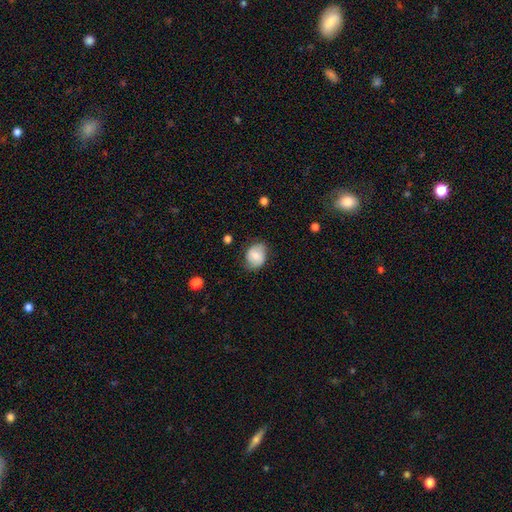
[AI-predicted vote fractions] Morphology: type=smooth (64%); roundness=in between (54%); merging=none (69%).